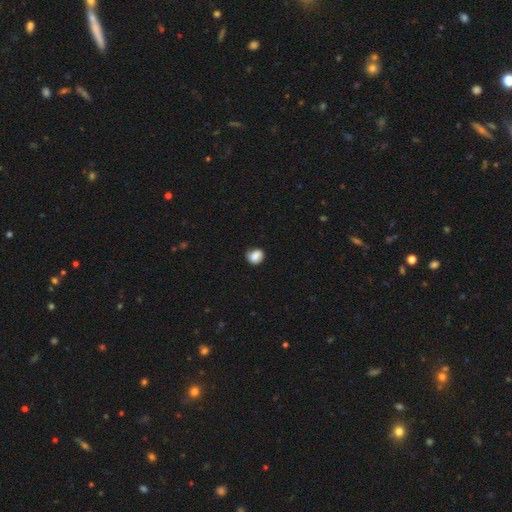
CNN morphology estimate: Smooth or featured? Predicted: smooth (p=0.84). How rounded? Predicted: round (p=0.67). Merging? Predicted: none (p=0.81).